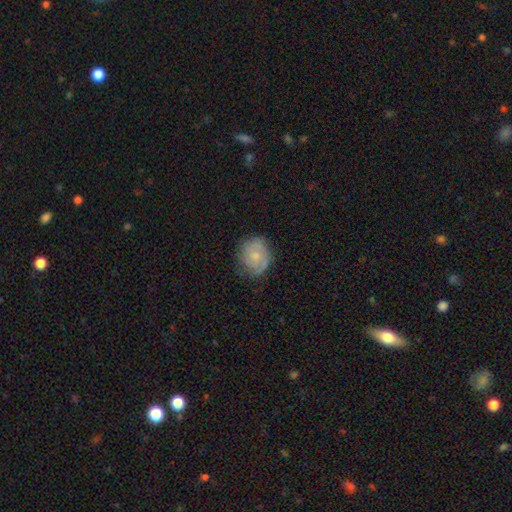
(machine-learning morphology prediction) A featured or disk galaxy (53%) with no bar (78%), spiral arms (83%) and a small central bulge (51%).

Vote fractions:
- Smooth or featured? featured or disk: 53% / smooth: 39% / star or artifact: 8%
- Edge-on disk? no: 98% / yes: 2%
- Bar? no: 78% / weak: 19% / strong: 2%
- Spiral arms? yes: 83% / no: 17%
- Bulge size? small: 51% / moderate: 34% / none: 11% / large: 3% / dominant: 1%
- Merging? none: 72% / minor disturbance: 20% / major disturbance: 7% / merger: 1%